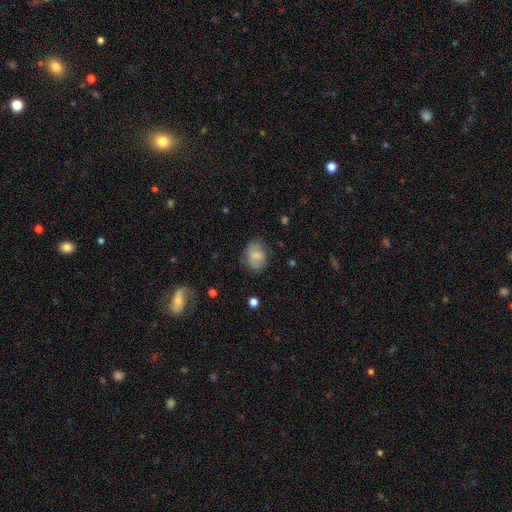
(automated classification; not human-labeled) smooth 72%, featured or disk 19%, star or artifact 9%. Down the decision tree: how rounded — in between (64%); merging — none (66%).